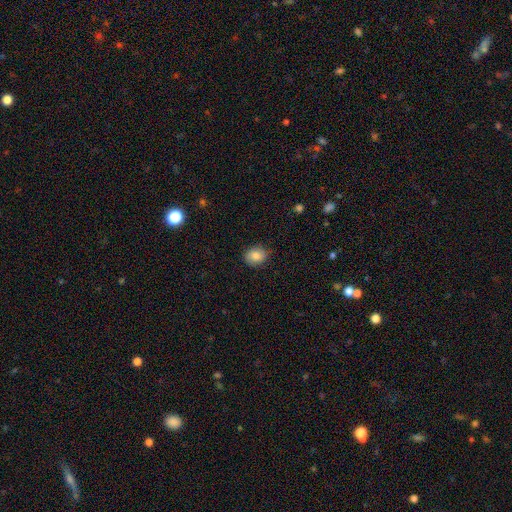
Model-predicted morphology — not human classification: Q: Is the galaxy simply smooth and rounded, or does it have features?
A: smooth — 85%.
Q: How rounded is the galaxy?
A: round — 55%.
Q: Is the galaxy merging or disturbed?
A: none — 80%.